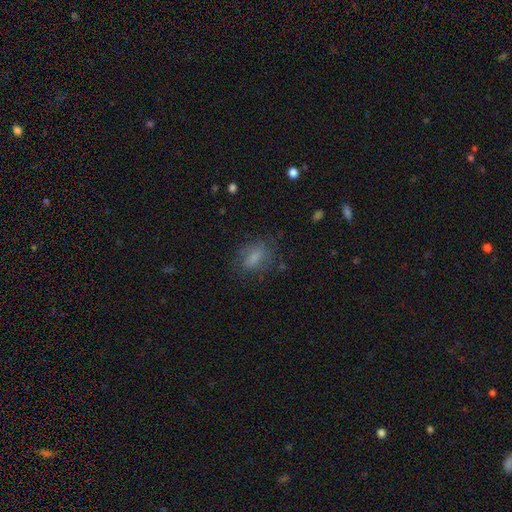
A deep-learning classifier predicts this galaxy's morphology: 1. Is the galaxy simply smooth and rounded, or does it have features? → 65% smooth, 20% featured or disk, 15% star or artifact.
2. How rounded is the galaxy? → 75% in between, 14% round, 11% cigar-shaped.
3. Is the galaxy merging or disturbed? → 73% none, 17% minor disturbance, 8% major disturbance, 2% merger.